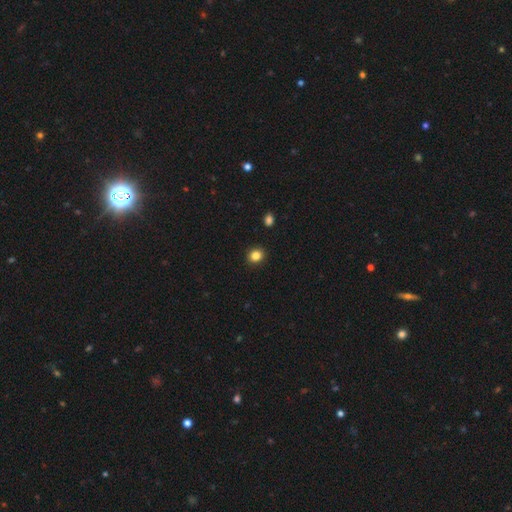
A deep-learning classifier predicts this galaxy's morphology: A smooth galaxy with no disk features (85%) that is round (76%). Merging: none (92%).